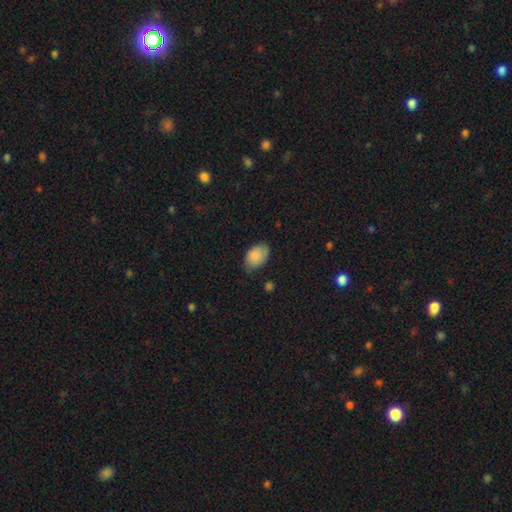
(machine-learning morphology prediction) Smooth or featured? Predicted: smooth (p=0.87). How rounded? Predicted: in between (p=0.90). Merging? Predicted: none (p=0.66).